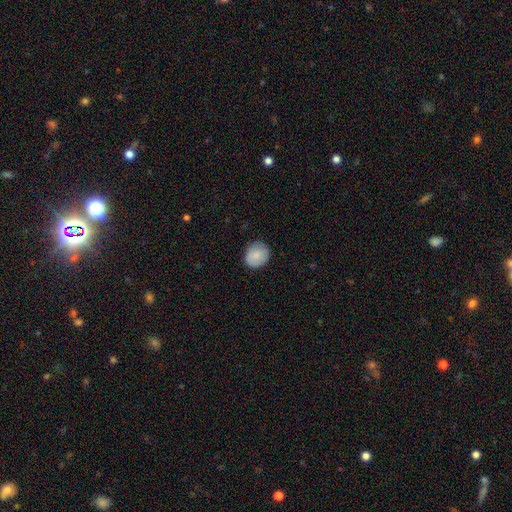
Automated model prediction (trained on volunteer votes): The model was most divided on "how rounded": round: 75%, in between: 24%, cigar-shaped: 1%. More confident: smooth or featured — smooth (85%); merging — none (84%).